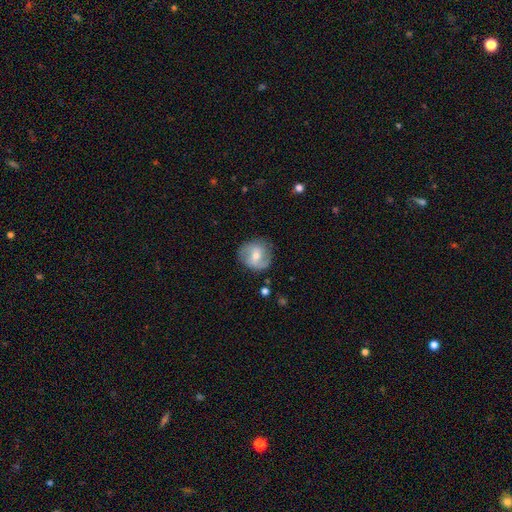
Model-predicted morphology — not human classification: This is possibly a featured or disk galaxy (56%). It is clearly not viewed edge-on (97%). Bar: possibly weak (49%). Spiral arm pattern: clearly yes (80%). Central bulge: possibly moderate (56%). Merging: likely none (78%).